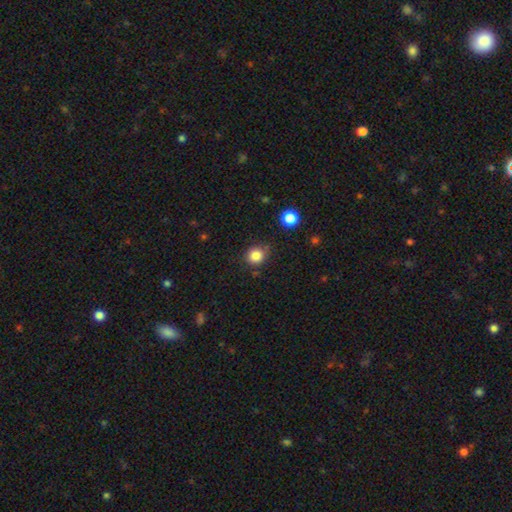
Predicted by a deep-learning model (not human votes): Morphology: type=smooth (84%); roundness=round (81%); merging=none (77%).